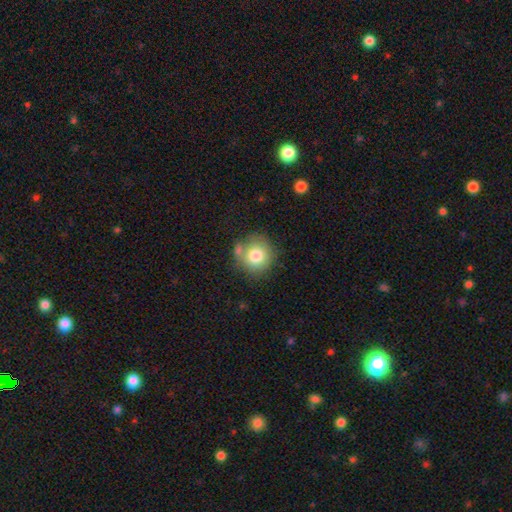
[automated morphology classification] Smooth or featured?
  - smooth: 78% *
  - featured or disk: 12%
  - star or artifact: 10%
How rounded?
  - round: 89% *
  - in between: 10%
  - cigar-shaped: 1%
Merging?
  - none: 65% *
  - merger: 15%
  - minor disturbance: 15%
  - major disturbance: 5%